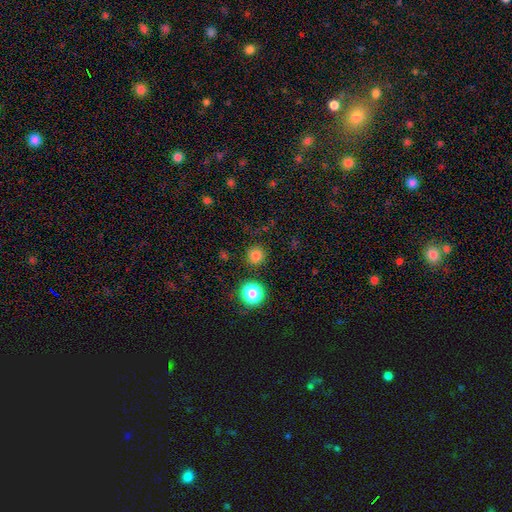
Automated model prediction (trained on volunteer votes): Q: Smooth or featured?
A: smooth (80%); runner-up: star or artifact (16%)
Q: How rounded?
A: round (94%); runner-up: in between (5%)
Q: Merging?
A: none (87%); runner-up: minor disturbance (6%)